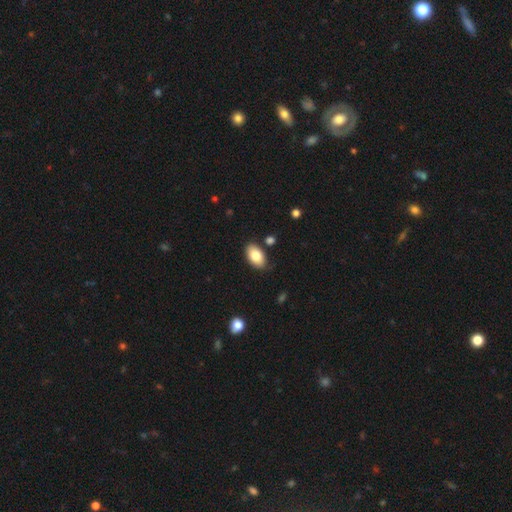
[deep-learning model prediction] This is clearly a smooth galaxy (82%). How rounded: clearly in between (93%). Merging: clearly none (81%).